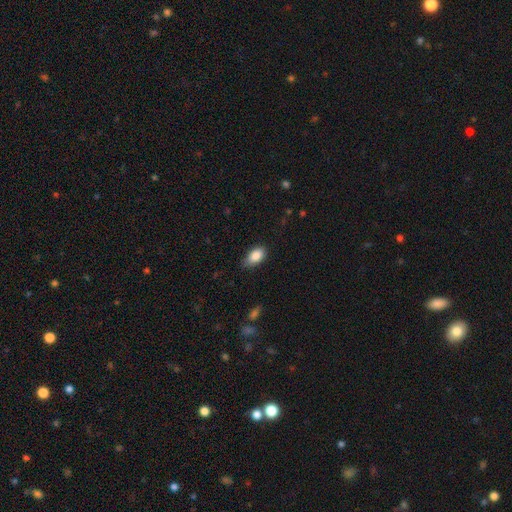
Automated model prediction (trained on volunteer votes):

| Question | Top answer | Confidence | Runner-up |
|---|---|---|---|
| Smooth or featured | smooth | 87% | star or artifact (7%) |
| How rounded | in between | 91% | round (6%) |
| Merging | none | 71% | minor disturbance (25%) |